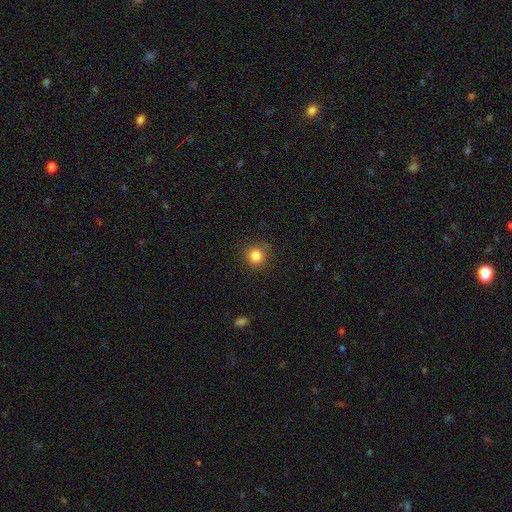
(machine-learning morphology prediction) A smooth galaxy with no disk features (83%) that is round (92%).

Vote fractions:
- Smooth or featured? smooth: 83% / star or artifact: 12% / featured or disk: 5%
- How rounded? round: 92% / in between: 7% / cigar-shaped: 1%
- Merging? none: 86% / minor disturbance: 10% / major disturbance: 3% / merger: 2%